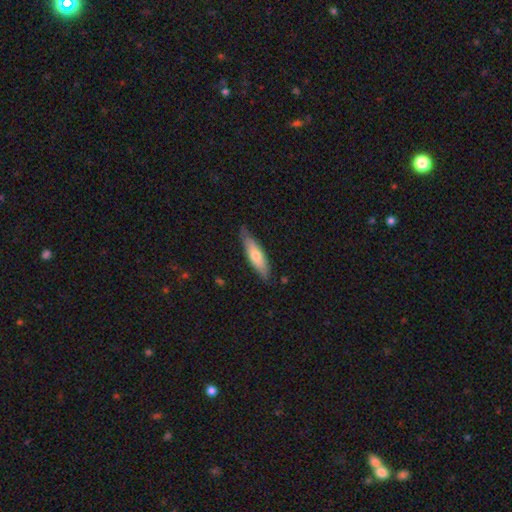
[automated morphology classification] Smooth or featured?
  - smooth: 63% *
  - featured or disk: 32%
  - star or artifact: 5%
How rounded?
  - cigar-shaped: 70% *
  - in between: 28%
  - round: 2%
Merging?
  - none: 81% *
  - minor disturbance: 16%
  - major disturbance: 2%
  - merger: 1%